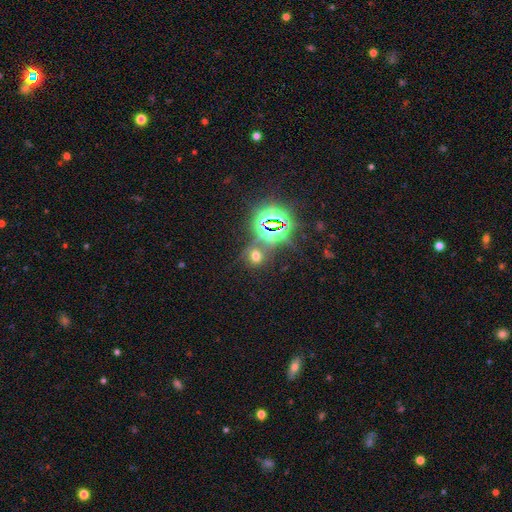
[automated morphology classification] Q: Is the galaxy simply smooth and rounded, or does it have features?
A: star or artifact — 46%.